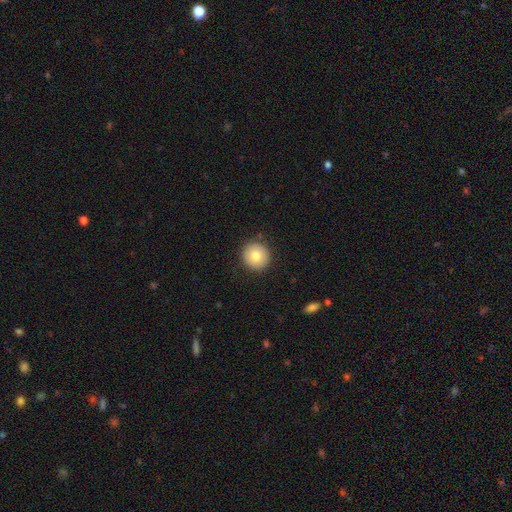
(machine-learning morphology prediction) Smooth or featured? Predicted: smooth (p=0.81). How rounded? Predicted: round (p=0.94). Merging? Predicted: none (p=0.90).